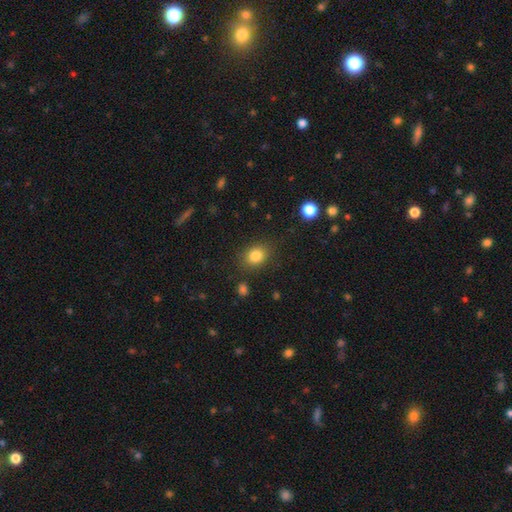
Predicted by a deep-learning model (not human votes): Smooth or featured: smooth — 83% (star or artifact — 11%)
How rounded: round — 57% (in between — 41%)
Merging: none — 84% (minor disturbance — 11%)